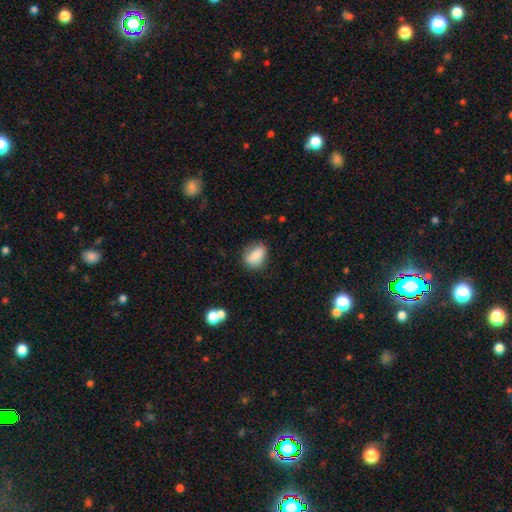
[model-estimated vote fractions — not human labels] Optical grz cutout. It shows a smooth galaxy with no disk features (82%) that is in between round and cigar-shaped (74%). Merging: none (71%).